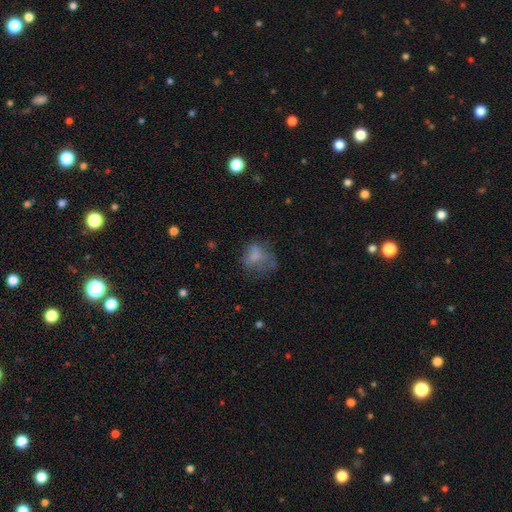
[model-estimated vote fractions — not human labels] Overall: smooth (61%; featured or disk 25%). How rounded: in between (50%; round 49%). Merging: none (38%; major disturbance 34%).